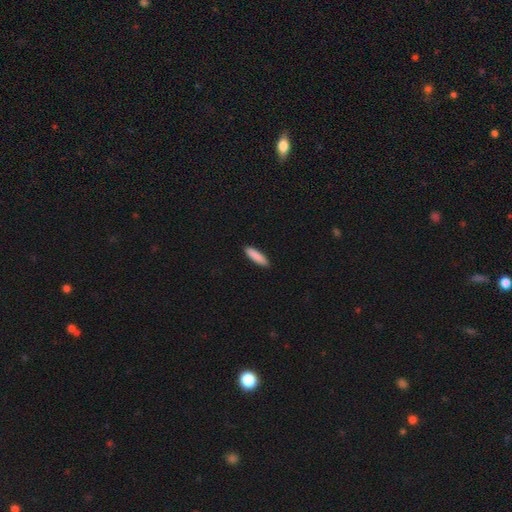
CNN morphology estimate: smooth 89%, star or artifact 6%, featured or disk 6%. Down the decision tree: how rounded — cigar-shaped (75%); merging — none (91%).